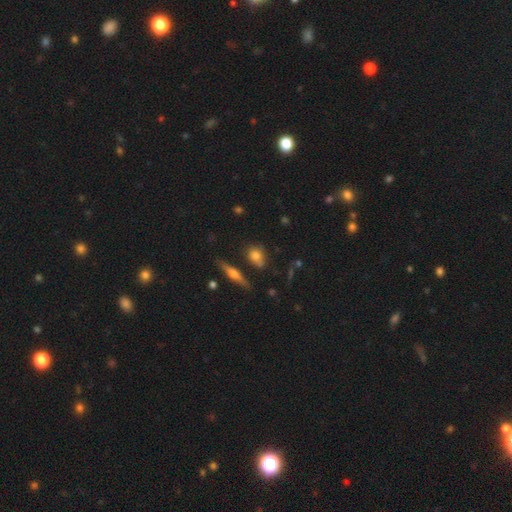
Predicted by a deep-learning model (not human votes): Overall: smooth (73%). How rounded: in between (47%; round 44%). Merging: none (69%).